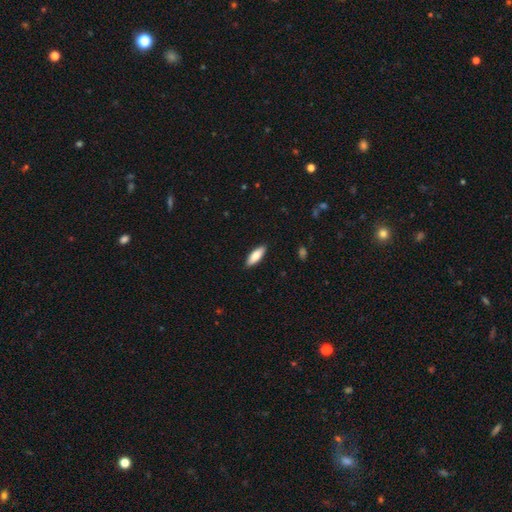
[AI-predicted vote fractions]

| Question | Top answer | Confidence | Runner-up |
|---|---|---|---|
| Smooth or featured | smooth | 82% | featured or disk (13%) |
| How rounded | in between | 58% | cigar-shaped (40%) |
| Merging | none | 89% | minor disturbance (8%) |